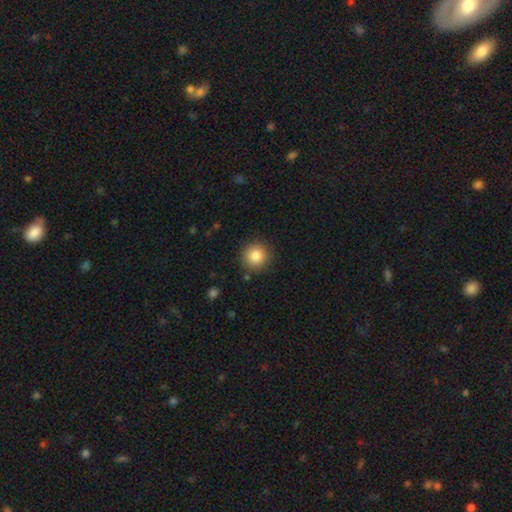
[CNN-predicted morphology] Q: Smooth or featured?
A: smooth (84%); runner-up: star or artifact (10%)
Q: How rounded?
A: round (94%); runner-up: in between (6%)
Q: Merging?
A: none (88%); runner-up: minor disturbance (8%)